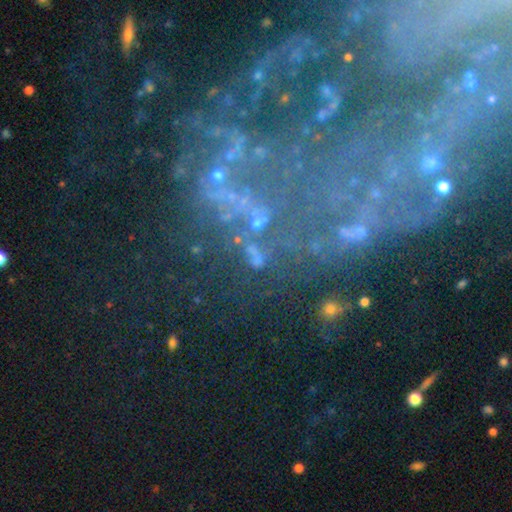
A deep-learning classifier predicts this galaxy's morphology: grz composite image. It shows a star or artifact, not a galaxy (44%).